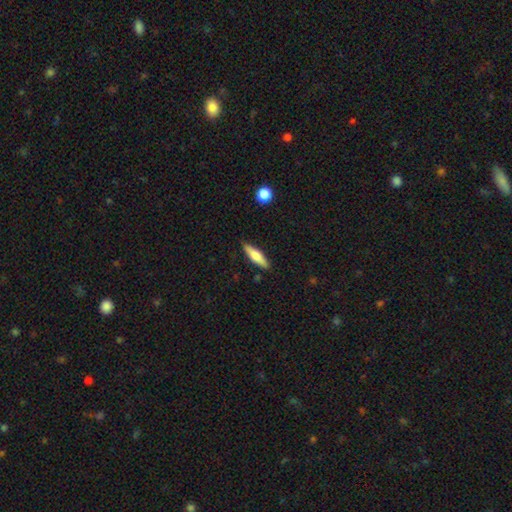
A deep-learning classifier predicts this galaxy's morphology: Smooth or featured?
  - smooth: 66% *
  - featured or disk: 28%
  - star or artifact: 6%
How rounded?
  - cigar-shaped: 64% *
  - in between: 34%
  - round: 2%
Merging?
  - none: 87% *
  - minor disturbance: 9%
  - major disturbance: 2%
  - merger: 1%